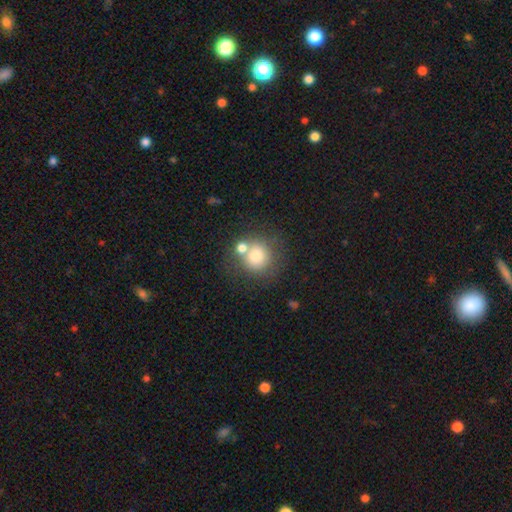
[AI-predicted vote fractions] Q: Smooth or featured?
A: smooth (75%); runner-up: featured or disk (14%)
Q: How rounded?
A: round (89%); runner-up: in between (10%)
Q: Merging?
A: none (56%); runner-up: merger (29%)